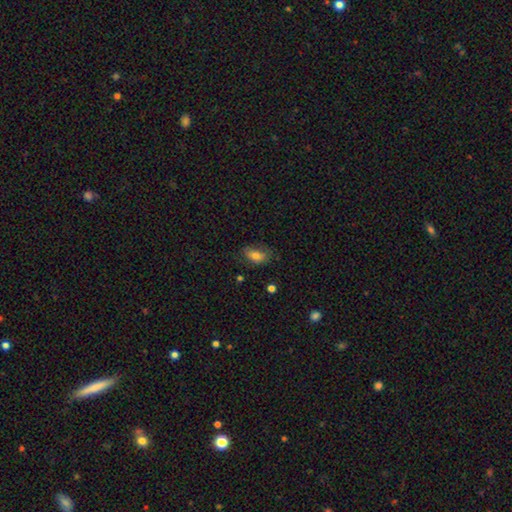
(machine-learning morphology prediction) A smooth galaxy with no disk features (76%) that is in between round and cigar-shaped (88%). Merging: none (69%).